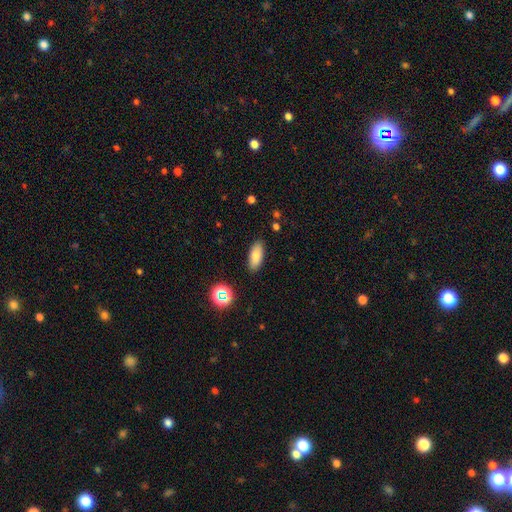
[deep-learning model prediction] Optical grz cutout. It shows a smooth galaxy with no disk features (79%) that is in between round and cigar-shaped (81%). Merging: none (88%).